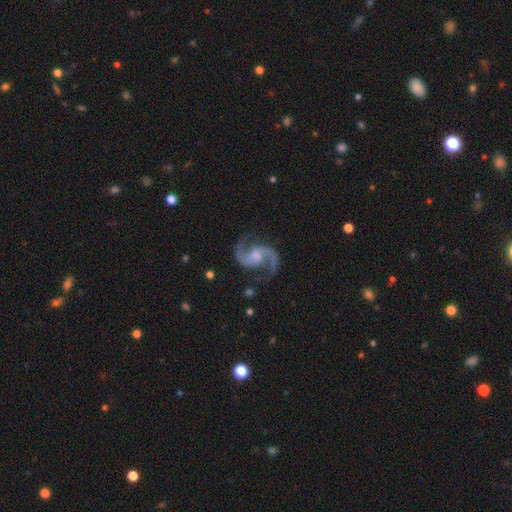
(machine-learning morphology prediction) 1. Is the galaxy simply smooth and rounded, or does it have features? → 94% featured or disk, 4% star or artifact, 2% smooth.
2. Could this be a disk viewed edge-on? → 98% no, 2% yes.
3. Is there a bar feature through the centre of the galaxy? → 51% no, 39% weak, 10% strong.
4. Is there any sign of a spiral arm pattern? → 99% yes, 1% no.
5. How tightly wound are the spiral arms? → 59% medium, 32% loose, 9% tight.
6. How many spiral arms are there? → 95% 2, 1% can't tell, 1% 3, 1% 1, 1% 4, 1% more than 4.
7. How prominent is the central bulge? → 37% moderate, 35% small, 19% none, 7% large, 1% dominant.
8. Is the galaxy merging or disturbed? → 81% none, 12% minor disturbance, 5% major disturbance, 2% merger.